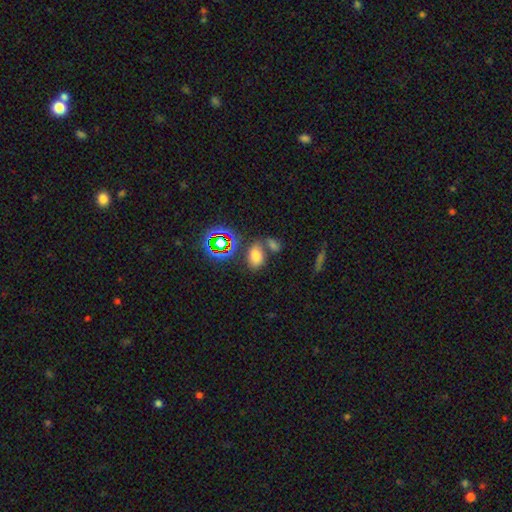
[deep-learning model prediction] A smooth galaxy with no disk features (69%) that is in between round and cigar-shaped (85%).

Vote fractions:
- Smooth or featured? smooth: 69% / star or artifact: 22% / featured or disk: 9%
- How rounded? in between: 85% / round: 13% / cigar-shaped: 2%
- Merging? none: 58% / merger: 24% / minor disturbance: 13% / major disturbance: 5%